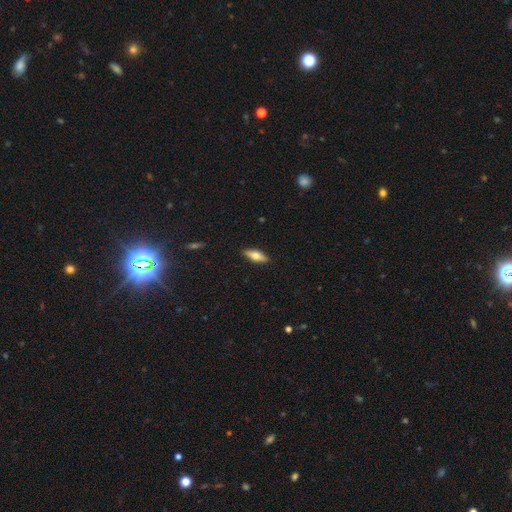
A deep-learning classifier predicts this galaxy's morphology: smooth 57%, featured or disk 36%, star or artifact 6%. Down the decision tree: how rounded — in between (58%); merging — none (89%).